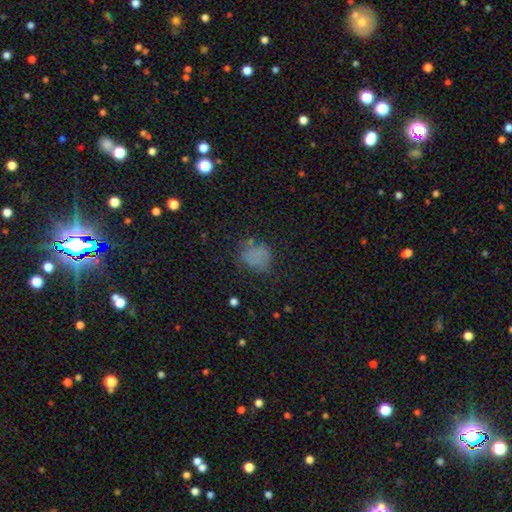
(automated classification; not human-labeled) Q: Smooth or featured?
A: smooth (69%); runner-up: star or artifact (18%)
Q: How rounded?
A: round (61%); runner-up: in between (38%)
Q: Merging?
A: none (61%); runner-up: minor disturbance (23%)